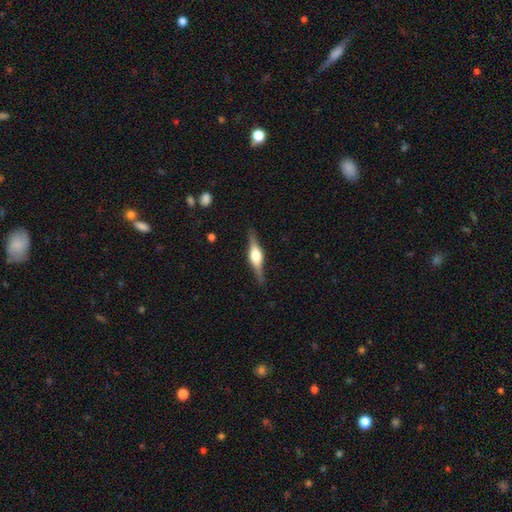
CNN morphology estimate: smooth-or-featured: featured or disk: 77% | smooth: 17% | star or artifact: 6%
  disk-edge-on: yes: 98% | no: 2%
    edge-on-bulge: rounded: 88% | boxy: 10% | none: 2%
  merging: none: 87% | minor disturbance: 10% | major disturbance: 2% | merger: 1%